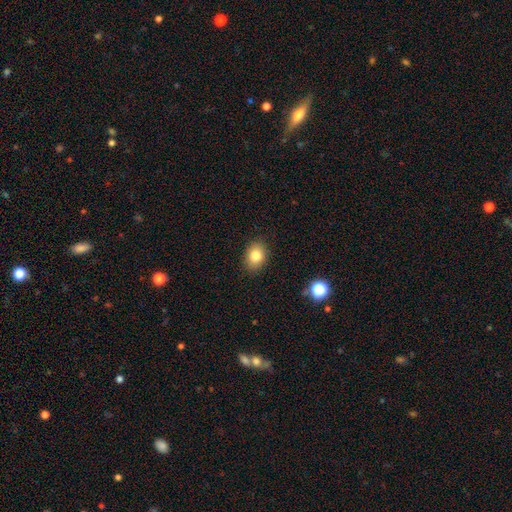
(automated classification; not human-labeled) smooth_or_featured: smooth (p=0.83) [alt: star or artifact p=0.10]
how_rounded: in between (p=0.67) [alt: round p=0.32]
merging: none (p=0.87) [alt: minor disturbance p=0.09]